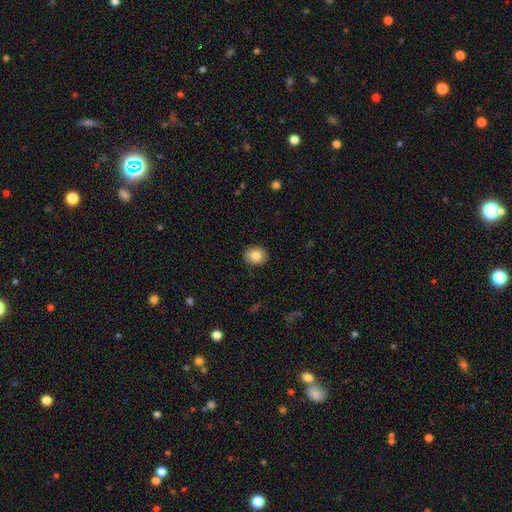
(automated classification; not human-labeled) Q: Smooth or featured?
A: smooth (82%); runner-up: featured or disk (9%)
Q: How rounded?
A: round (76%); runner-up: in between (23%)
Q: Merging?
A: none (88%); runner-up: minor disturbance (9%)